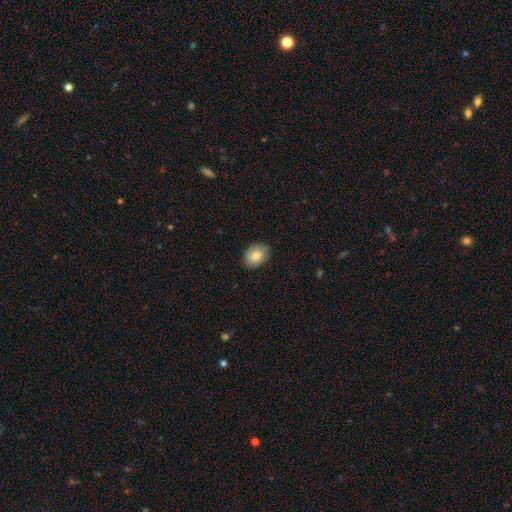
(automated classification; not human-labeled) The model was most divided on "how rounded": in between: 62%, round: 37%, cigar-shaped: 1%. More confident: merging — none (82%); smooth or featured — smooth (76%).